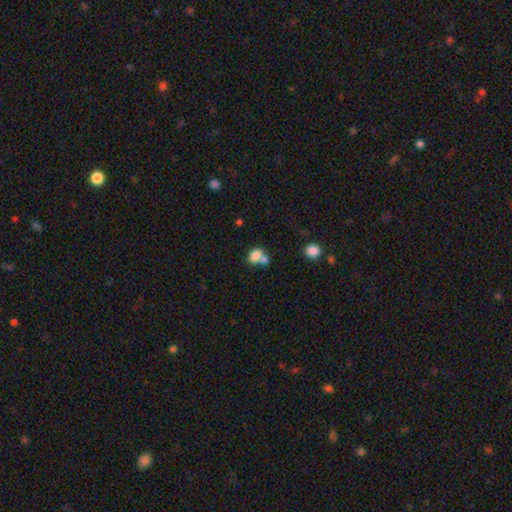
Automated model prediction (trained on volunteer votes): This appears to be a smooth galaxy with no disk features (79%) that is in between round and cigar-shaped (57%). Merging: merger (49%).